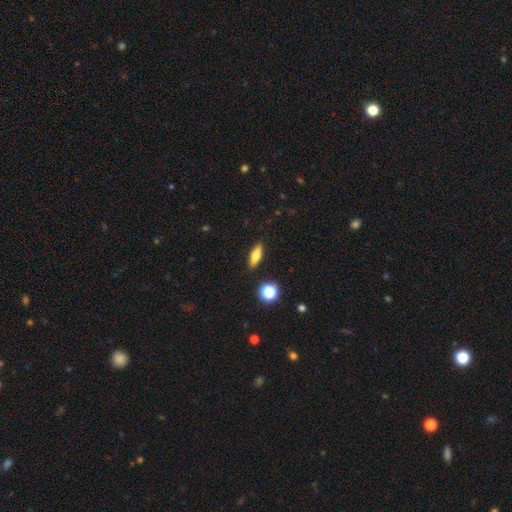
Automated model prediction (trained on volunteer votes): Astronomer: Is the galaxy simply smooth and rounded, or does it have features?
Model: smooth — 68%.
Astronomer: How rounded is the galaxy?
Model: in between — 50% (runner-up: cigar-shaped, 44%).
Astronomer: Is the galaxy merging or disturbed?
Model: none — 89%.